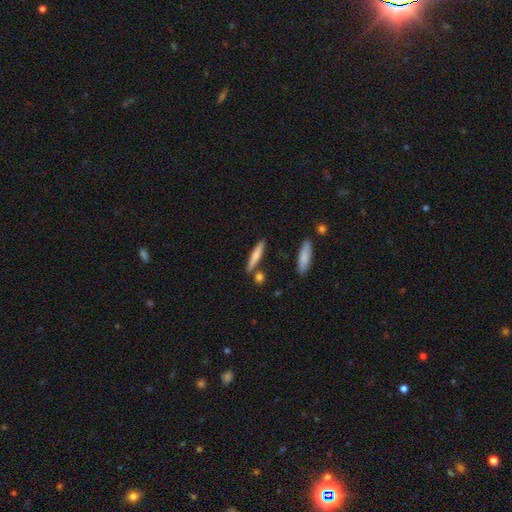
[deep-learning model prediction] A smooth galaxy with no disk features (71%) that is cigar-shaped (88%). Merging: none (78%).